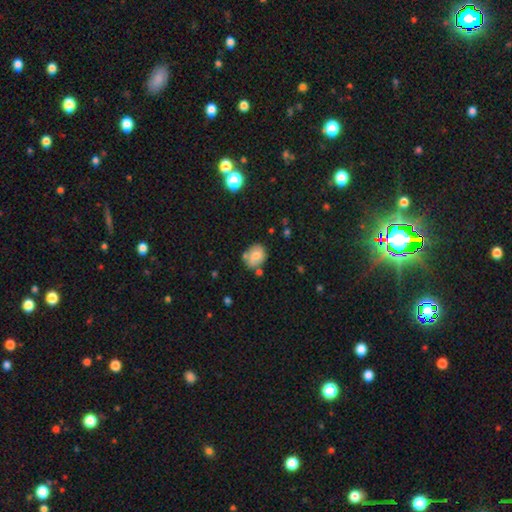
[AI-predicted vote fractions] smooth-or-featured: smooth: 70% | featured or disk: 21% | star or artifact: 10%
  how-rounded: round: 59% | in between: 40% | cigar-shaped: 1%
  merging: none: 62% | minor disturbance: 20% | merger: 13% | major disturbance: 5%